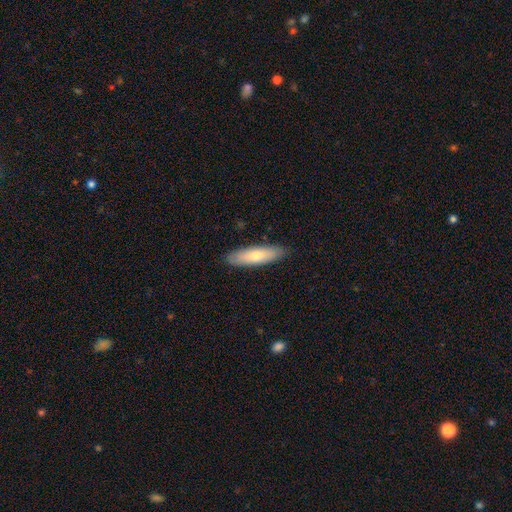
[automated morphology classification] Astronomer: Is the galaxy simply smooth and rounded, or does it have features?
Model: smooth — 70%.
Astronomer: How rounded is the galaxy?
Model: cigar-shaped — 58% (runner-up: in between, 40%).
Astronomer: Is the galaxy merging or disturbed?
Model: none — 88%.